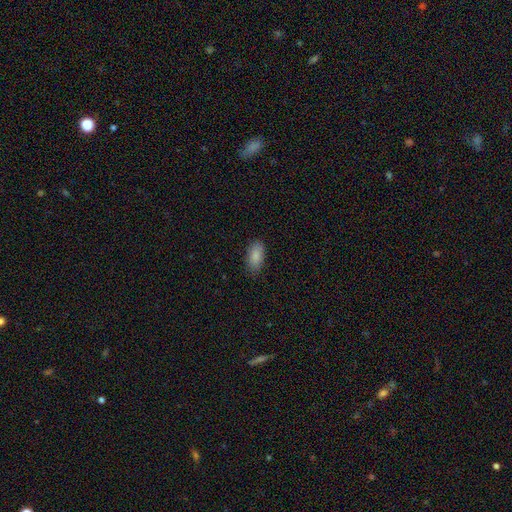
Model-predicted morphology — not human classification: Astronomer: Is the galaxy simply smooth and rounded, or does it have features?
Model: smooth — 87%.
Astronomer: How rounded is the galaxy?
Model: in between — 92%.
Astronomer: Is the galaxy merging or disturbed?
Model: none — 85%.